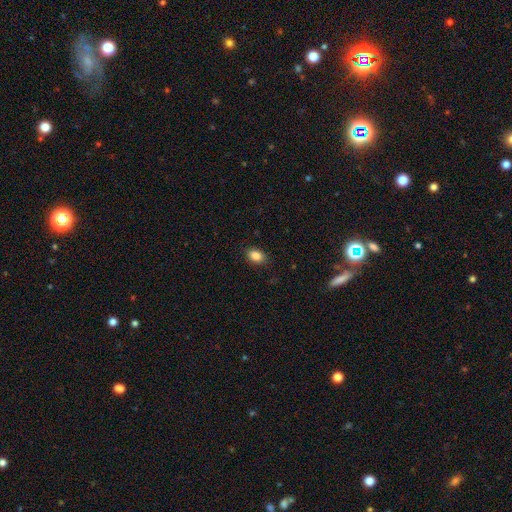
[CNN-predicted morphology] Smooth or featured?
  - smooth: 86% *
  - star or artifact: 9%
  - featured or disk: 5%
How rounded?
  - in between: 82% *
  - round: 17%
  - cigar-shaped: 1%
Merging?
  - none: 88% *
  - minor disturbance: 9%
  - major disturbance: 2%
  - merger: 1%